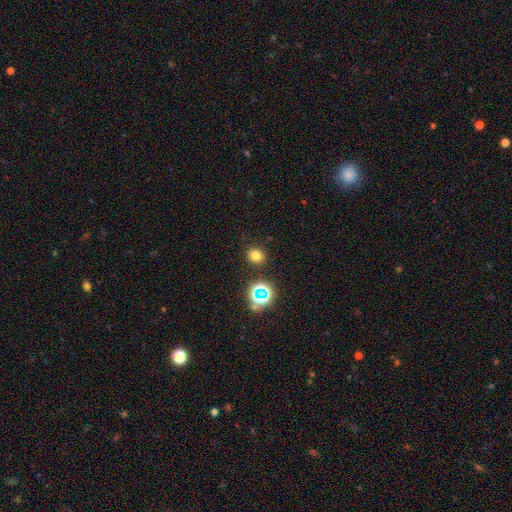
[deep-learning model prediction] Smooth or featured?
  - smooth: 73% *
  - star or artifact: 20%
  - featured or disk: 7%
How rounded?
  - round: 82% *
  - in between: 17%
  - cigar-shaped: 1%
Merging?
  - none: 88% *
  - minor disturbance: 7%
  - merger: 3%
  - major disturbance: 3%